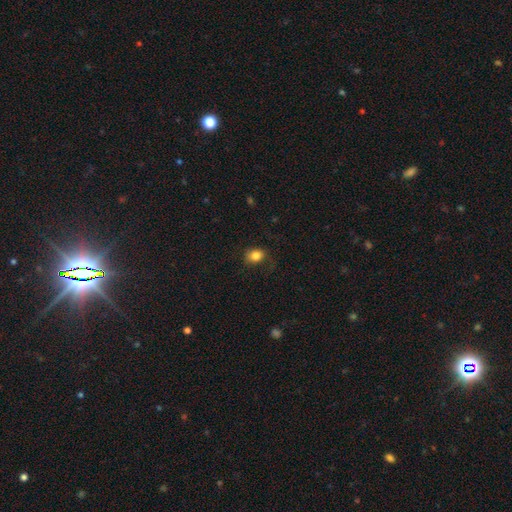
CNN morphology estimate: smooth-or-featured: smooth: 83% | star or artifact: 10% | featured or disk: 6%
  how-rounded: in between: 56% | round: 43% | cigar-shaped: 1%
  merging: none: 72% | minor disturbance: 19% | major disturbance: 8% | merger: 1%